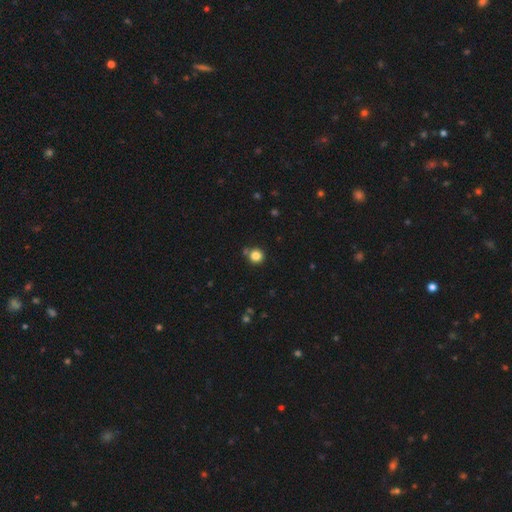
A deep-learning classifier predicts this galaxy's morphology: The model was most divided on "merging": none: 80%, minor disturbance: 9%, merger: 9%, major disturbance: 2%. More confident: how rounded — round (93%); smooth or featured — smooth (83%).